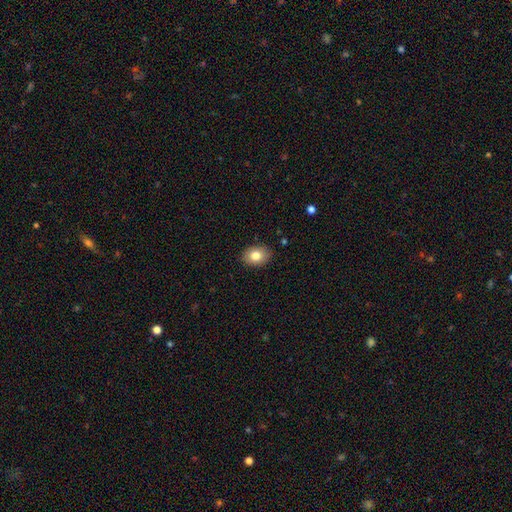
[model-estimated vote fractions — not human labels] A smooth galaxy with no disk features (82%) that is in between round and cigar-shaped (71%).

Vote fractions:
- Smooth or featured? smooth: 82% / featured or disk: 10% / star or artifact: 8%
- How rounded? in between: 71% / round: 28% / cigar-shaped: 1%
- Merging? none: 88% / minor disturbance: 9% / major disturbance: 2% / merger: 1%